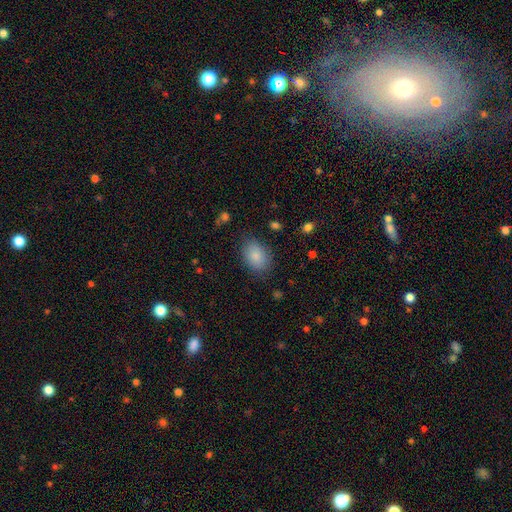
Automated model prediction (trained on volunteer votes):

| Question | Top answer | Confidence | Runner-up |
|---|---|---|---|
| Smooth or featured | smooth | 85% | featured or disk (8%) |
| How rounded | in between | 83% | round (16%) |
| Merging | none | 79% | minor disturbance (15%) |